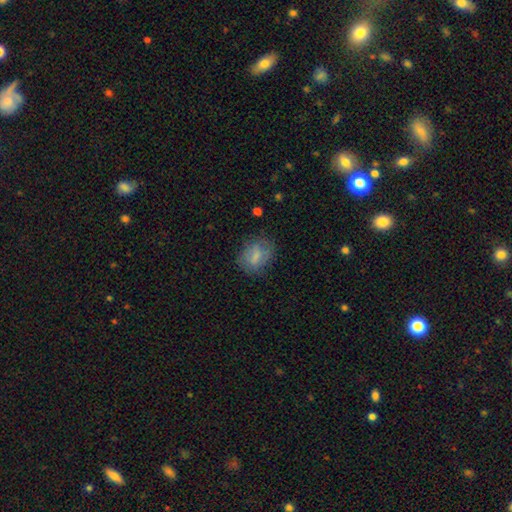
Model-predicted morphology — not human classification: smooth-or-featured: smooth: 69% | featured or disk: 23% | star or artifact: 8%
  how-rounded: in between: 66% | round: 32% | cigar-shaped: 2%
  merging: none: 69% | minor disturbance: 21% | major disturbance: 9% | merger: 2%